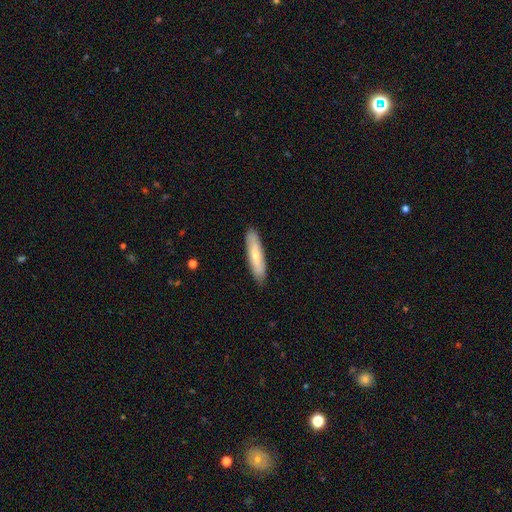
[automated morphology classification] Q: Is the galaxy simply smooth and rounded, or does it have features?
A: smooth — 65%.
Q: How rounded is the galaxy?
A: cigar-shaped — 73%.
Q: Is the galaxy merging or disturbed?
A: none — 88%.